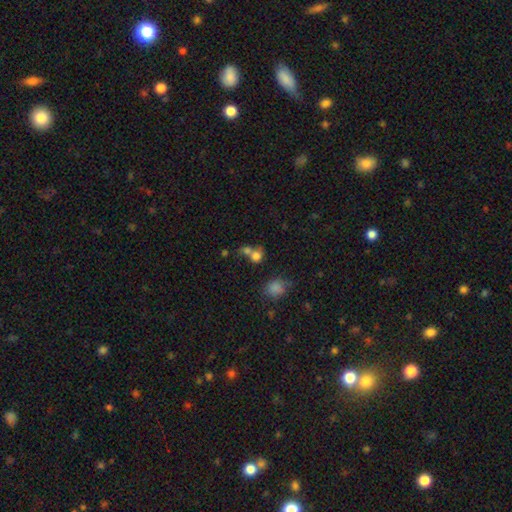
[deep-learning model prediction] Q: Smooth or featured?
A: smooth (76%); runner-up: star or artifact (13%)
Q: How rounded?
A: round (70%); runner-up: in between (29%)
Q: Merging?
A: merger (49%); runner-up: none (36%)